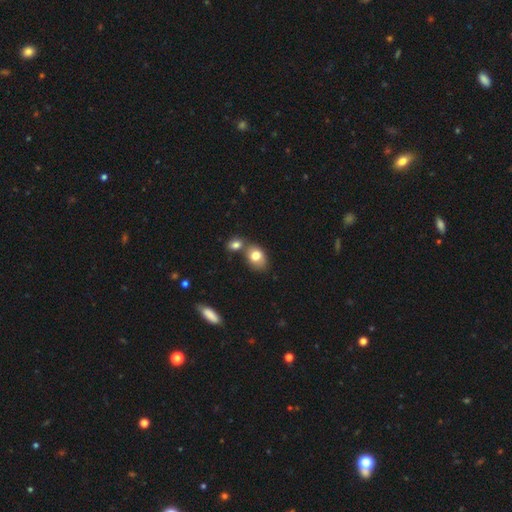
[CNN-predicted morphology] smooth-or-featured: smooth: 79% | featured or disk: 12% | star or artifact: 9%
  how-rounded: in between: 73% | round: 26% | cigar-shaped: 1%
  merging: none: 45% | merger: 39% | minor disturbance: 13% | major disturbance: 4%